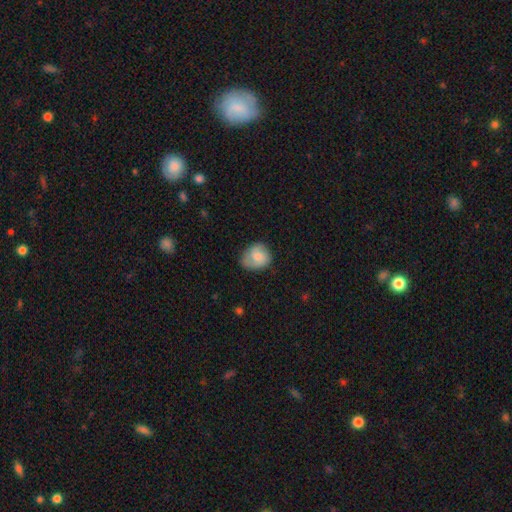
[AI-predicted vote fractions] This is likely a smooth galaxy (67%). How rounded: possibly round (59%). Merging: possibly none (56%).